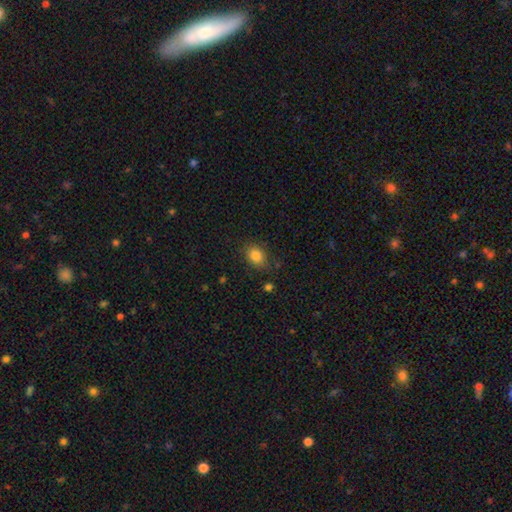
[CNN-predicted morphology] smooth 84%, star or artifact 10%, featured or disk 6%. Down the decision tree: how rounded — in between (59%); merging — none (82%).